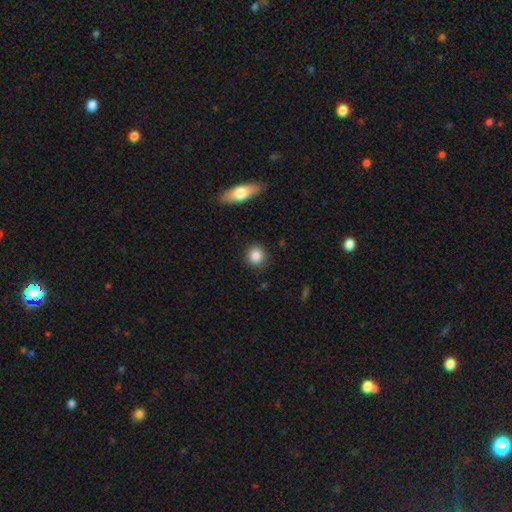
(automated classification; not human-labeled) A smooth galaxy with no disk features (86%) that is round (89%). Merging: none (89%).